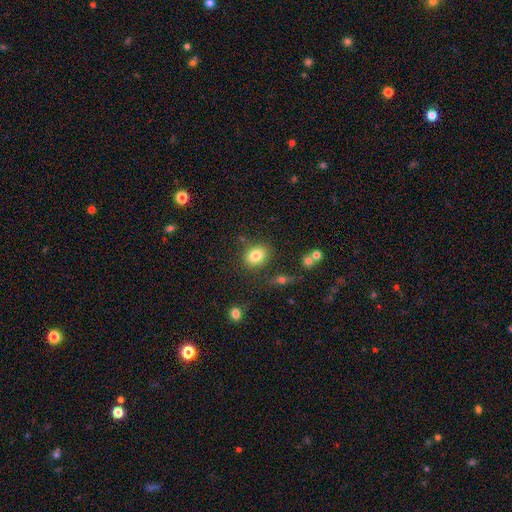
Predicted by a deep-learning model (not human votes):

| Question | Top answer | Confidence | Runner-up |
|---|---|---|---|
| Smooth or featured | smooth | 82% | star or artifact (10%) |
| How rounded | in between | 56% | round (43%) |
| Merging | none | 80% | minor disturbance (12%) |